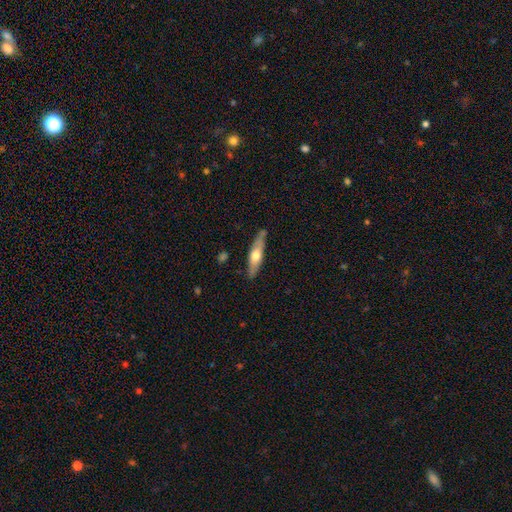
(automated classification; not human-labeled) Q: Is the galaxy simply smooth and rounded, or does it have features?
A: smooth — 48%.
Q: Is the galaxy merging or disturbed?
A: none — 80%.